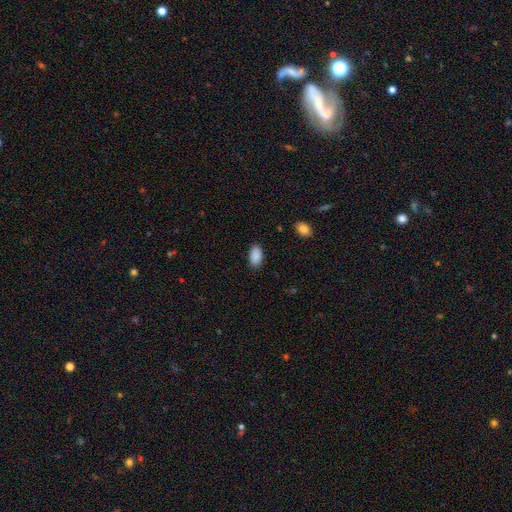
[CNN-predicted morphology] type=smooth (89%); roundness=in between (94%); merging=none (85%).